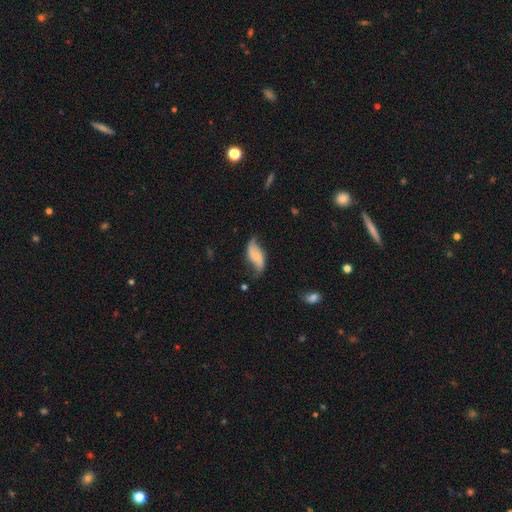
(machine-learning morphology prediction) Smooth or featured?
  - featured or disk: 65% *
  - smooth: 29%
  - star or artifact: 7%
Edge-on disk?
  - no: 93% *
  - yes: 7%
Bar?
  - no: 59% *
  - weak: 30%
  - strong: 12%
Spiral arms?
  - yes: 88% *
  - no: 12%
Spiral winding?
  - loose: 74% *
  - medium: 18%
  - tight: 7%
Spiral arm count?
  - 2: 89% *
  - can't tell: 5%
  - 1: 3%
  - 3: 1%
  - 4: 1%
  - more than 4: 1%
Bulge size?
  - small: 55% *
  - moderate: 34%
  - none: 7%
  - large: 3%
  - dominant: 1%
Merging?
  - none: 58% *
  - minor disturbance: 29%
  - major disturbance: 11%
  - merger: 2%